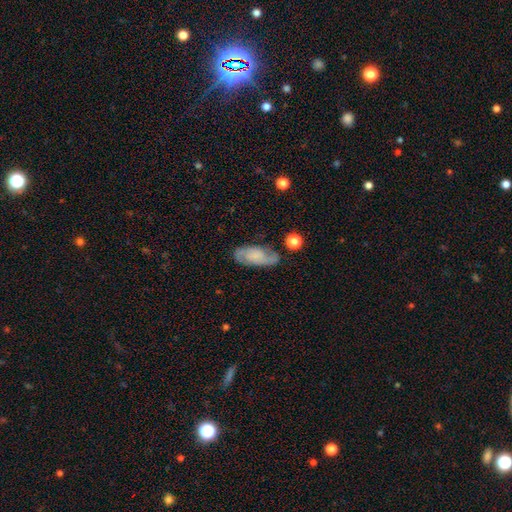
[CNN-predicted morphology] This appears to be a featured or disk galaxy (65%) with no bar (65%), 2 (83%) medium (45%) spiral arms (91%) and no central bulge (48%). Merging: none (75%).